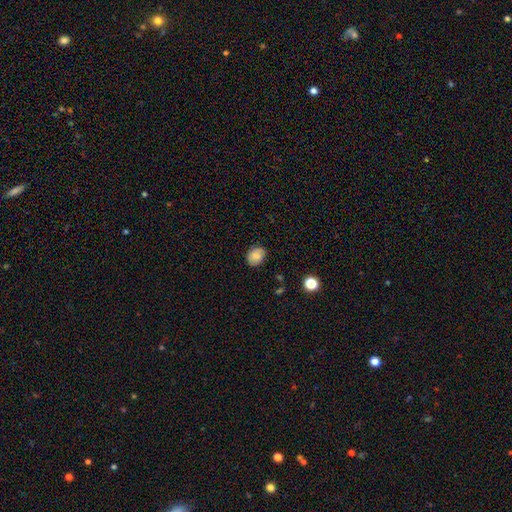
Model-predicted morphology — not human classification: smooth-or-featured: smooth: 80% | featured or disk: 10% | star or artifact: 9%
  how-rounded: round: 51% | in between: 48% | cigar-shaped: 1%
  merging: none: 80% | minor disturbance: 16% | major disturbance: 3% | merger: 1%